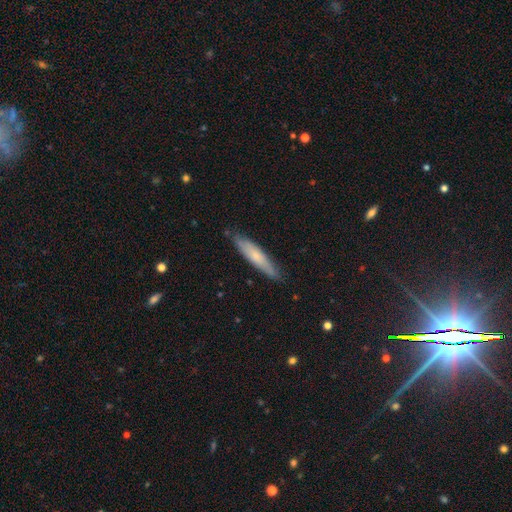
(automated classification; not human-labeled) Smooth or featured?
  - smooth: 64% *
  - featured or disk: 31%
  - star or artifact: 6%
How rounded?
  - cigar-shaped: 86% *
  - in between: 13%
  - round: 1%
Merging?
  - none: 83% *
  - minor disturbance: 14%
  - major disturbance: 2%
  - merger: 1%